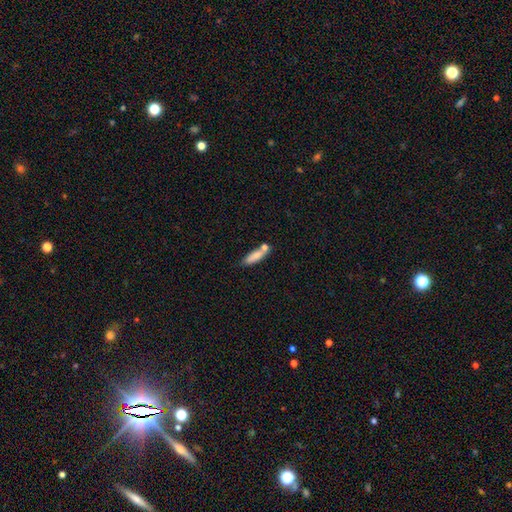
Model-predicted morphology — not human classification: Smooth or featured? Predicted: smooth (p=0.77). How rounded? Predicted: cigar-shaped (p=0.61). Merging? Predicted: none (p=0.52).